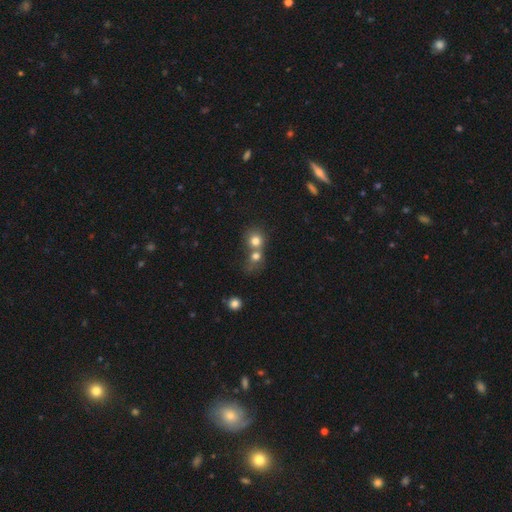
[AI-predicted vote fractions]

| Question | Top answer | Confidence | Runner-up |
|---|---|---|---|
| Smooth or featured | smooth | 72% | star or artifact (15%) |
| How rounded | round | 77% | in between (21%) |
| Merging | merger | 59% | none (31%) |